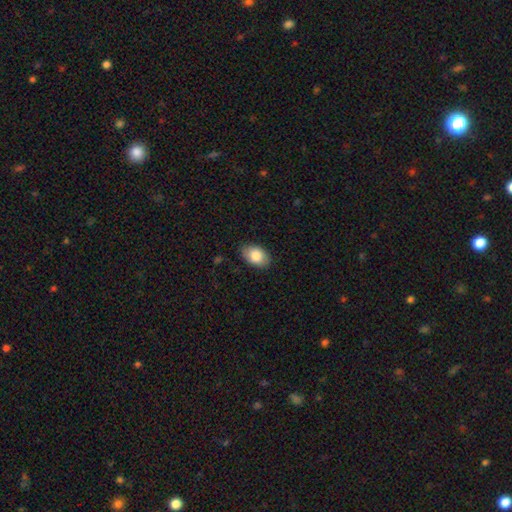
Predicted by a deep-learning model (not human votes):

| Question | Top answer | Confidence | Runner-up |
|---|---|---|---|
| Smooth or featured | smooth | 85% | featured or disk (8%) |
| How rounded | in between | 89% | round (10%) |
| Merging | none | 85% | minor disturbance (12%) |